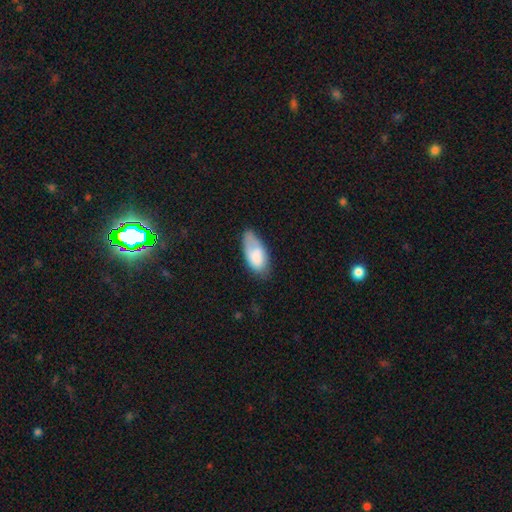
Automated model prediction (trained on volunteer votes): Smooth or featured? Predicted: smooth (p=0.76). How rounded? Predicted: in between (p=0.92). Merging? Predicted: none (p=0.53).